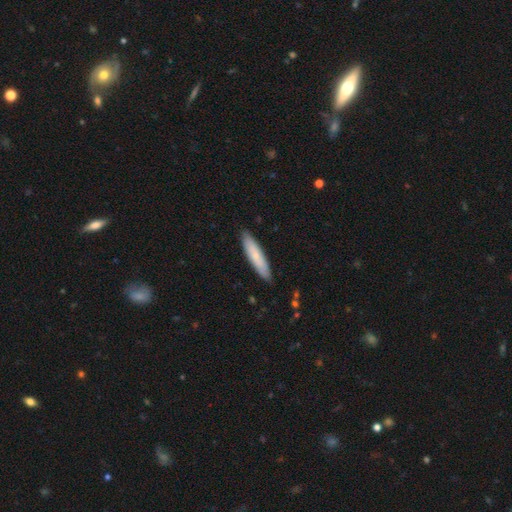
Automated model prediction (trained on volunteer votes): This appears to be a smooth galaxy with no disk features (71%) that is cigar-shaped (82%). Merging: none (88%).